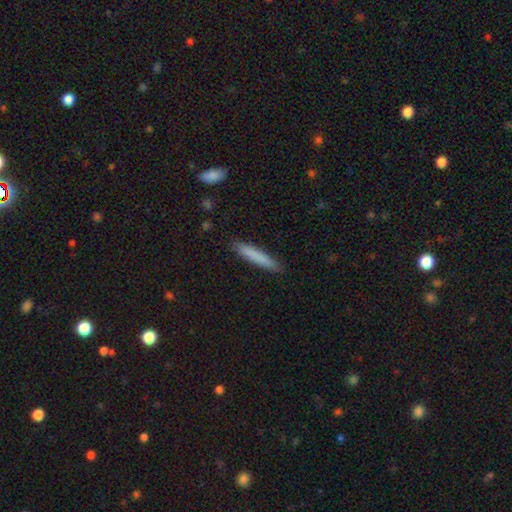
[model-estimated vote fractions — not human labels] Morphology: type=smooth (80%); roundness=cigar-shaped (93%); merging=none (88%).